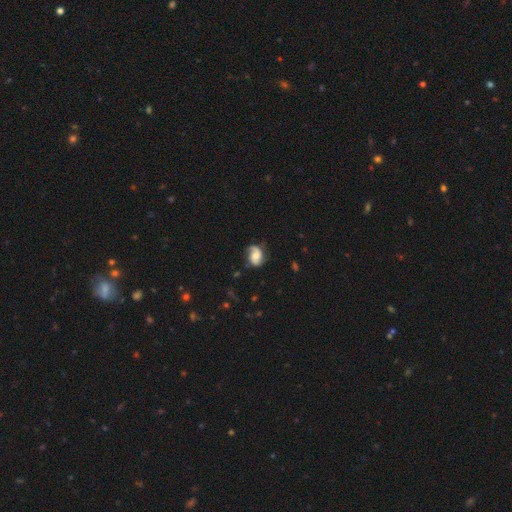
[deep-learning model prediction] The model was most divided on "bulge size": moderate: 37%, small: 24%, large: 21%, none: 13%, dominant: 4%. More confident: edge-on disk — no (97%); spiral arms — yes (90%); bar — no (63%); merging — none (59%); smooth or featured — featured or disk (55%).